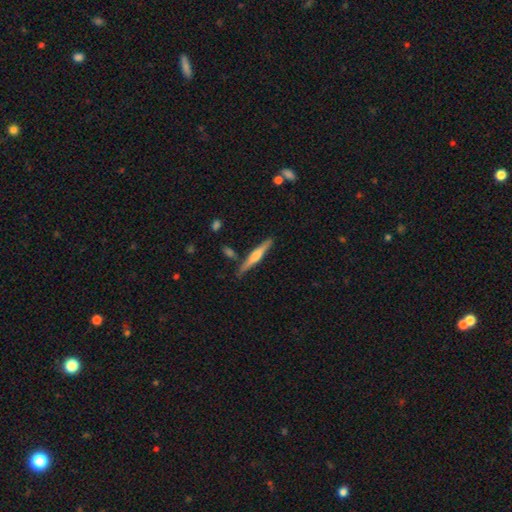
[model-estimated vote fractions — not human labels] Smooth or featured? featured or disk (59%)
Edge-on disk? yes (97%)
Edge-on bulge? rounded (67%)
Merging? none (83%)